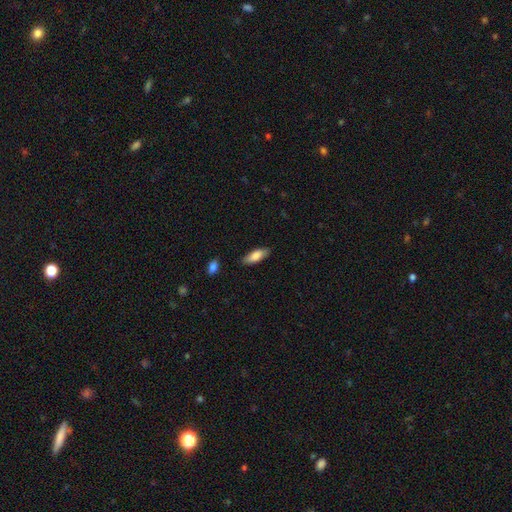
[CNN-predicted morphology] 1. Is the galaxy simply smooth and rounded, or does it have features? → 82% smooth, 12% featured or disk, 6% star or artifact.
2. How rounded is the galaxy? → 71% in between, 27% cigar-shaped, 2% round.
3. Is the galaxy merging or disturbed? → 86% none, 11% minor disturbance, 2% major disturbance, 1% merger.